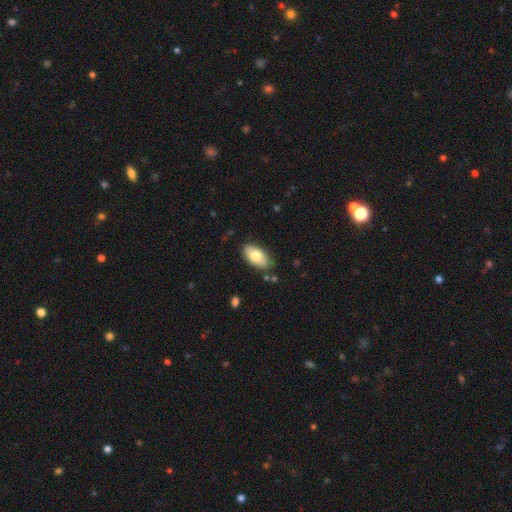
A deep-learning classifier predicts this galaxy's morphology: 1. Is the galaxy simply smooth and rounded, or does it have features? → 75% smooth, 19% featured or disk, 6% star or artifact.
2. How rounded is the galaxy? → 93% in between, 4% cigar-shaped, 3% round.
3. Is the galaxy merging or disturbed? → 84% none, 12% minor disturbance, 2% major disturbance, 2% merger.